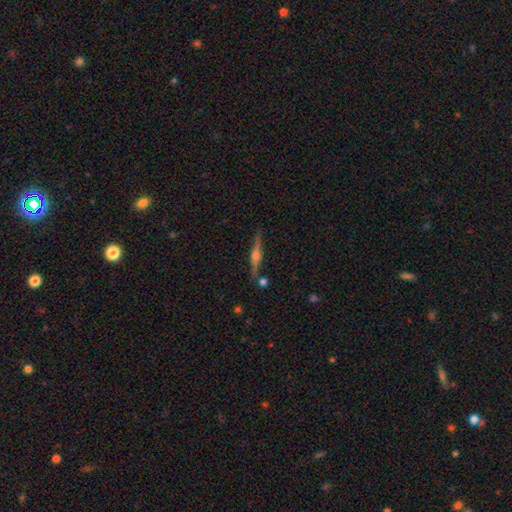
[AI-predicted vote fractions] This appears to be a featured or disk galaxy (79%) viewed edge-on (98%) with a rounded central bulge (84%). Merging: none (87%).